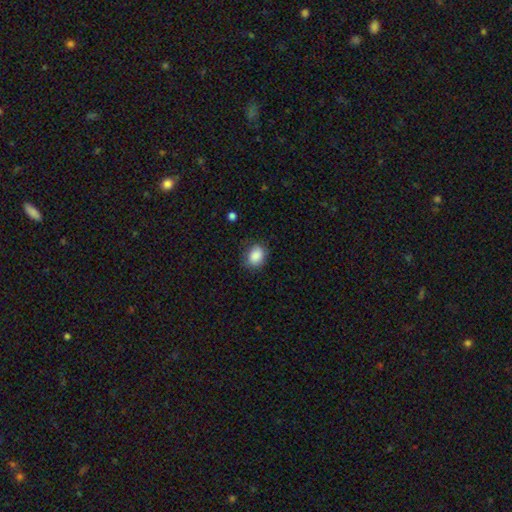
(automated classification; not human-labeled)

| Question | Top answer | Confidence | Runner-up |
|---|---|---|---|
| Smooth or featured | smooth | 87% | star or artifact (8%) |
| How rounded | in between | 62% | round (37%) |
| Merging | none | 75% | minor disturbance (19%) |